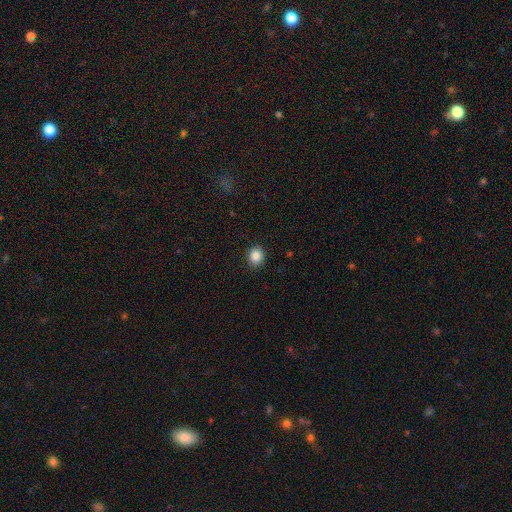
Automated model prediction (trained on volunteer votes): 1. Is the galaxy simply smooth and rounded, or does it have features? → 87% smooth, 10% star or artifact, 3% featured or disk.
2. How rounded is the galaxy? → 79% round, 20% in between, 1% cigar-shaped.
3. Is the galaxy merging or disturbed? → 90% none, 7% minor disturbance, 2% major disturbance, 1% merger.